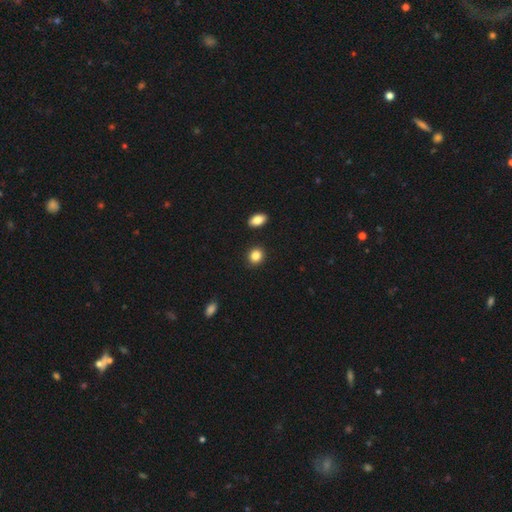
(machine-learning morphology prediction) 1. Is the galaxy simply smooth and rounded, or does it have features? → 86% smooth, 9% star or artifact, 5% featured or disk.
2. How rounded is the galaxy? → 73% round, 26% in between, 1% cigar-shaped.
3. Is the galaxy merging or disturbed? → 89% none, 6% minor disturbance, 2% merger, 2% major disturbance.